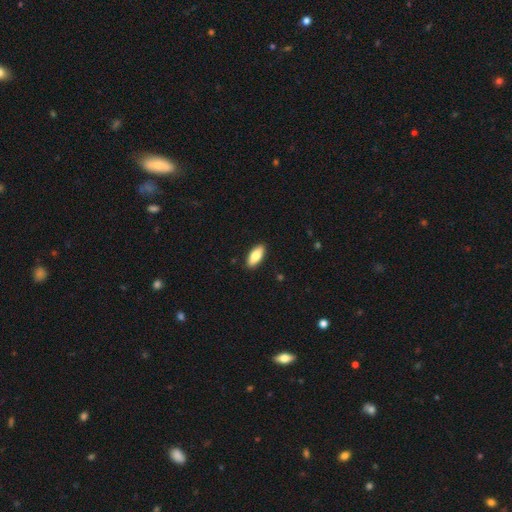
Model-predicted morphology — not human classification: A smooth galaxy with no disk features (79%) that is in between round and cigar-shaped (81%). Merging: none (90%).